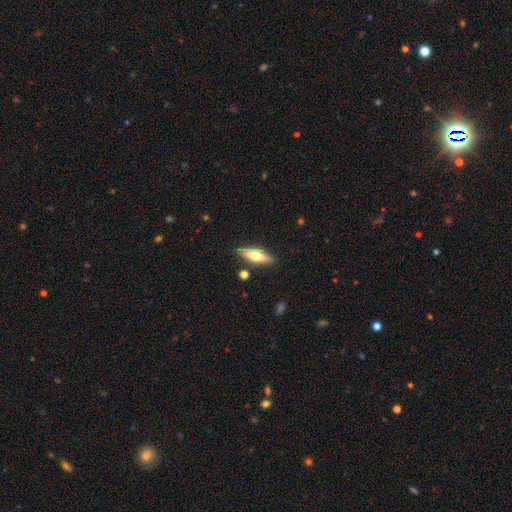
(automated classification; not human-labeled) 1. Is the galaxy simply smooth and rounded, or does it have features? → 48% smooth, 46% featured or disk, 7% star or artifact.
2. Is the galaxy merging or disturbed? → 85% none, 10% minor disturbance, 3% merger, 2% major disturbance.